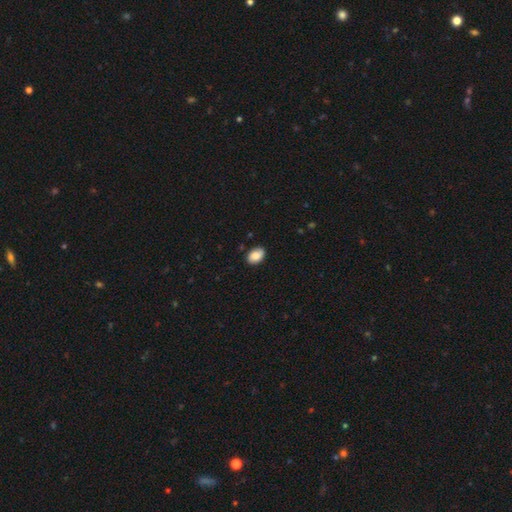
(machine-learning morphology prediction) A smooth galaxy with no disk features (86%) that is in between round and cigar-shaped (87%).

Vote fractions:
- Smooth or featured? smooth: 86% / star or artifact: 7% / featured or disk: 7%
- How rounded? in between: 87% / round: 11% / cigar-shaped: 1%
- Merging? none: 86% / minor disturbance: 10% / major disturbance: 2% / merger: 1%